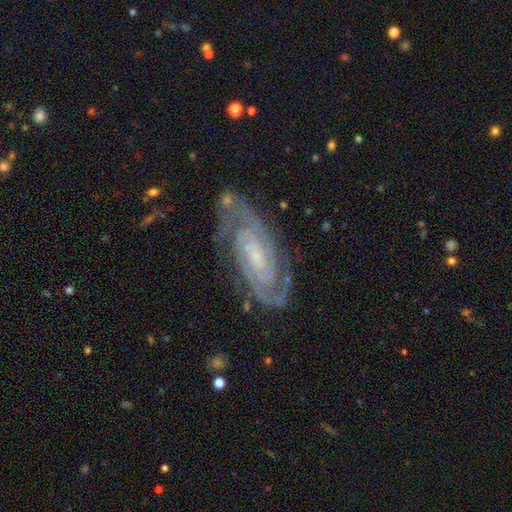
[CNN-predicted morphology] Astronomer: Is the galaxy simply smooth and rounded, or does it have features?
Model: featured or disk — 90%.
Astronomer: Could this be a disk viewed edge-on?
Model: no — 96%.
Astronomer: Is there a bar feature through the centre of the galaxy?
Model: no — 44% (runner-up: weak, 39%).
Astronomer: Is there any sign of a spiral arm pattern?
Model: yes — 98%.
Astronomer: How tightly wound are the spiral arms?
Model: tight — 70%.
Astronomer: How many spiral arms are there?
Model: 2 — 80%.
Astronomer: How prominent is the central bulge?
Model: small — 68%.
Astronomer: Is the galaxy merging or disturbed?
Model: none — 79%.